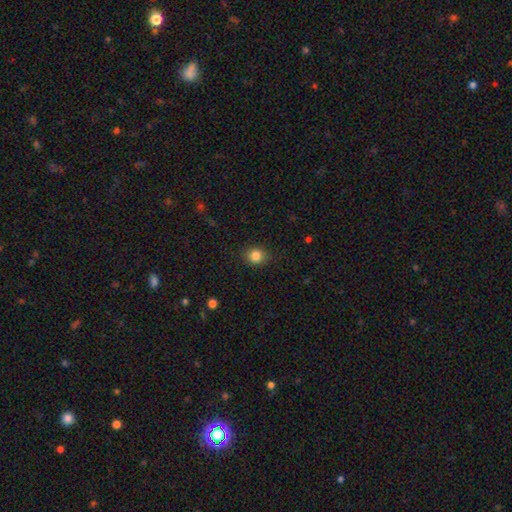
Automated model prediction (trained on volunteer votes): Smooth or featured? Predicted: smooth (p=0.84). How rounded? Predicted: round (p=0.79). Merging? Predicted: none (p=0.86).